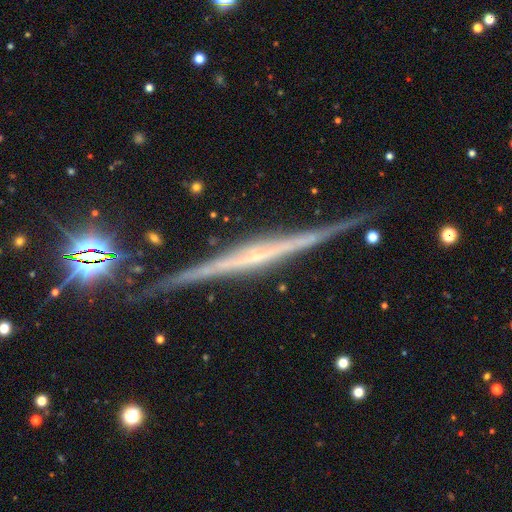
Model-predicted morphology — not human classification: Overall: featured or disk (84%). Edge-on disk: yes (98%). Edge-on bulge: none (48%; rounded 34%). Merging: none (88%).